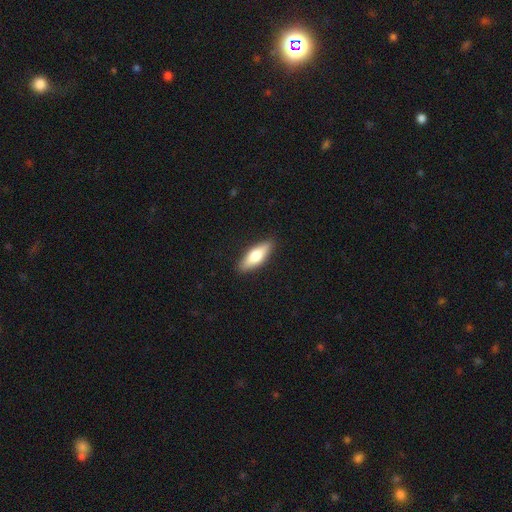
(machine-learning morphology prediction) smooth 67%, featured or disk 27%, star or artifact 6%. Down the decision tree: how rounded — in between (59%); merging — none (88%).